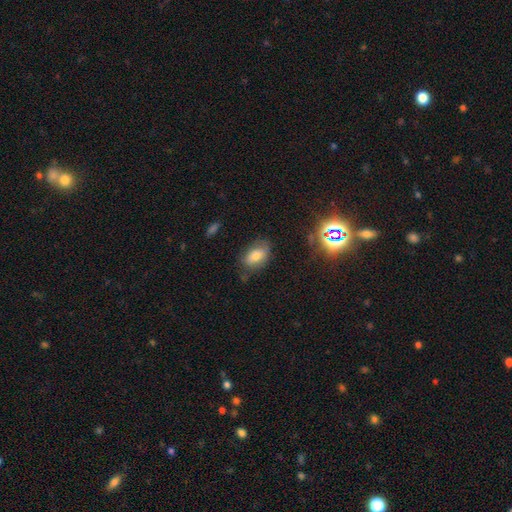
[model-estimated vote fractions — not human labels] Smooth or featured? Predicted: smooth (p=0.69). How rounded? Predicted: in between (p=0.88). Merging? Predicted: none (p=0.64).